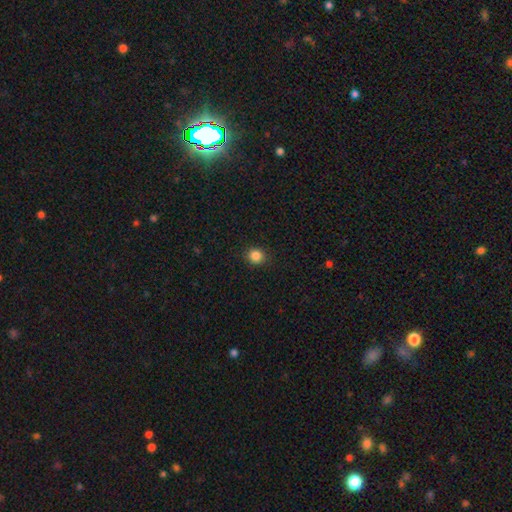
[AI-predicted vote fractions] smooth 85%, star or artifact 11%, featured or disk 4%. Down the decision tree: how rounded — round (84%); merging — none (91%).